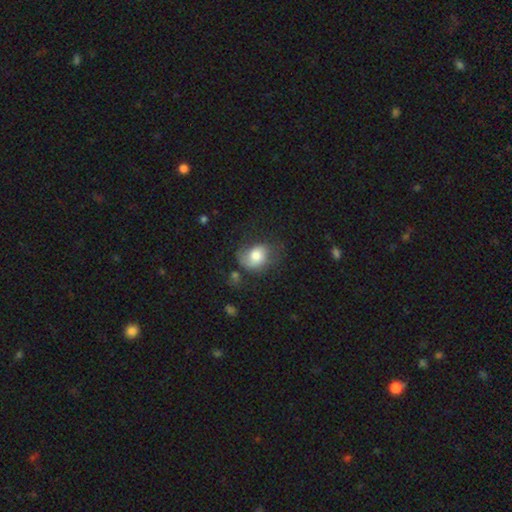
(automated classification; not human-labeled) Smooth or featured? smooth (68%)
How rounded? in between (56%)
Merging? none (40%)